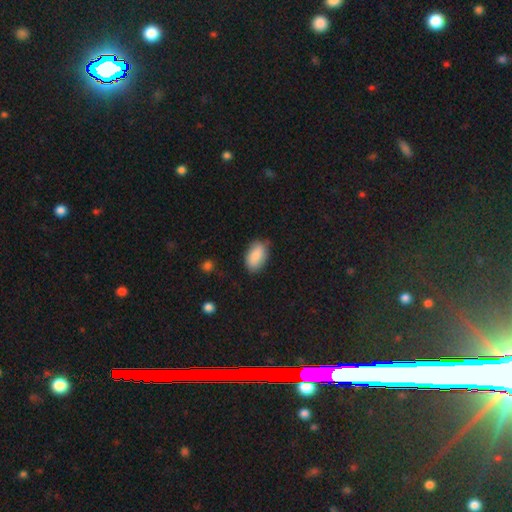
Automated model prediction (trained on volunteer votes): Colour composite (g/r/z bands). It shows a smooth galaxy with no disk features (86%) that is in between round and cigar-shaped (92%). Merging: none (75%).